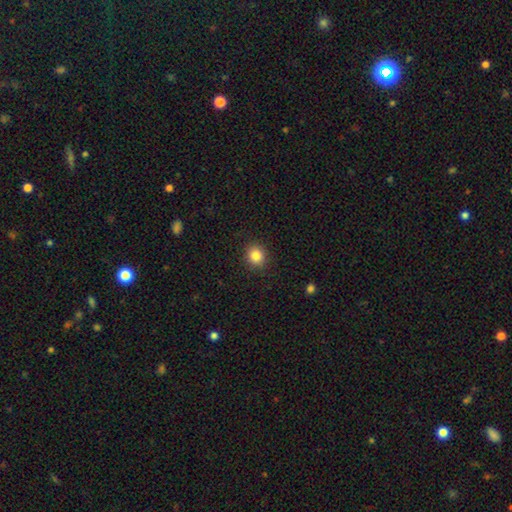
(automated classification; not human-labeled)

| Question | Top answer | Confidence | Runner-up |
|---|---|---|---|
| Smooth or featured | smooth | 85% | star or artifact (10%) |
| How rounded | round | 85% | in between (14%) |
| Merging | none | 91% | minor disturbance (6%) |